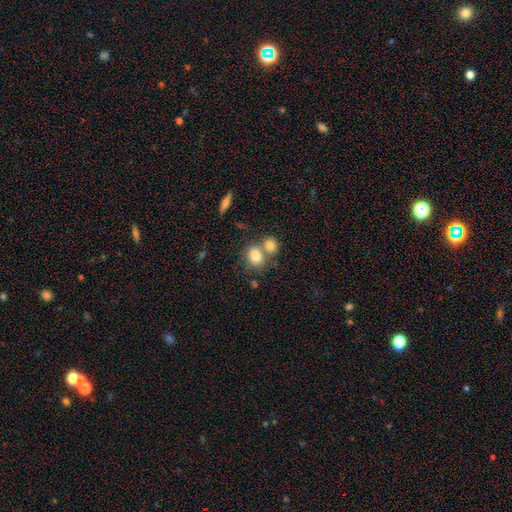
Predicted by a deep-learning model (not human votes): smooth-or-featured: smooth: 80% | featured or disk: 10% | star or artifact: 9%
  how-rounded: in between: 52% | round: 47% | cigar-shaped: 1%
  merging: merger: 45% | none: 41% | minor disturbance: 10% | major disturbance: 4%